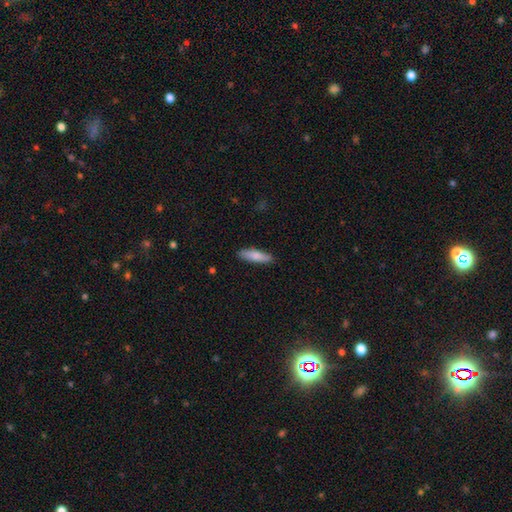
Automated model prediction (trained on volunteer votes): Q: Smooth or featured?
A: smooth (80%); runner-up: featured or disk (14%)
Q: How rounded?
A: cigar-shaped (66%); runner-up: in between (33%)
Q: Merging?
A: none (87%); runner-up: minor disturbance (10%)